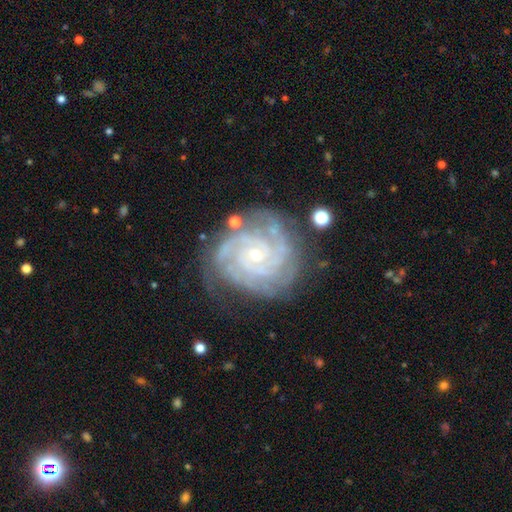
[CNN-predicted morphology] Smooth or featured?
  - featured or disk: 91% *
  - star or artifact: 6%
  - smooth: 4%
Edge-on disk?
  - no: 98% *
  - yes: 2%
Bar?
  - no: 71% *
  - weak: 22%
  - strong: 6%
Spiral arms?
  - yes: 98% *
  - no: 2%
Spiral winding?
  - tight: 77% *
  - medium: 21%
  - loose: 2%
Spiral arm count?
  - 3: 29% *
  - 4: 24%
  - 2: 18%
  - can't tell: 16%
  - more than 4: 8%
  - 1: 6%
Bulge size?
  - small: 76% *
  - moderate: 21%
  - none: 2%
  - large: 1%
  - dominant: 1%
Merging?
  - none: 73% *
  - minor disturbance: 18%
  - major disturbance: 6%
  - merger: 2%